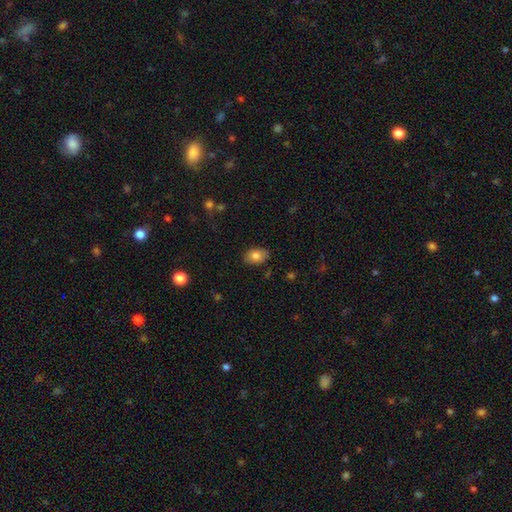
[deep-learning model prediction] Q: Smooth or featured?
A: smooth (80%); runner-up: featured or disk (11%)
Q: How rounded?
A: in between (84%); runner-up: round (14%)
Q: Merging?
A: none (85%); runner-up: minor disturbance (12%)